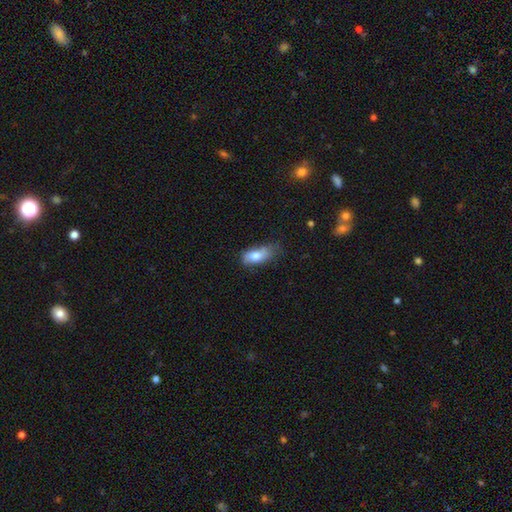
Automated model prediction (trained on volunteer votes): A smooth galaxy with no disk features (76%) that is in between round and cigar-shaped (84%).

Vote fractions:
- Smooth or featured? smooth: 76% / featured or disk: 16% / star or artifact: 8%
- How rounded? in between: 84% / cigar-shaped: 11% / round: 4%
- Merging? none: 42% / minor disturbance: 39% / major disturbance: 16% / merger: 3%